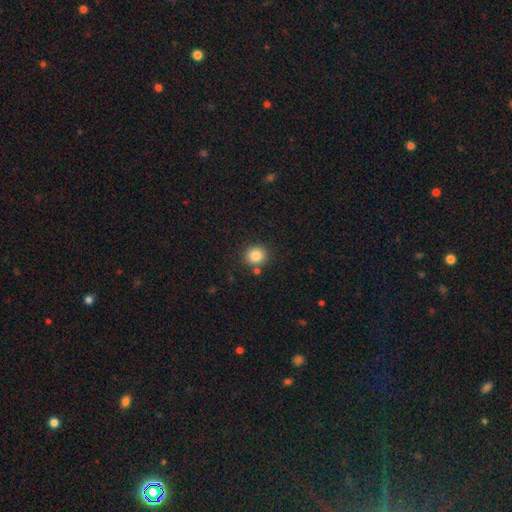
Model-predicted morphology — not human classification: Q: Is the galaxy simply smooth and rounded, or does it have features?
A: smooth — 85%.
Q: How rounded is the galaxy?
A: round — 87%.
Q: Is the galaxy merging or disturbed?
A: none — 82%.